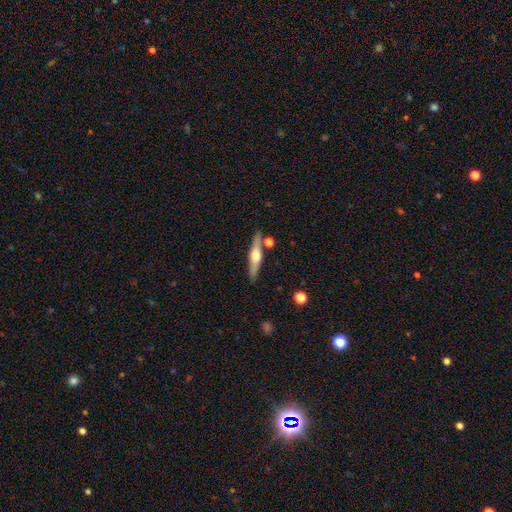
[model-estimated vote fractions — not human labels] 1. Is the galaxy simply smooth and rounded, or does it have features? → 65% featured or disk, 30% smooth, 6% star or artifact.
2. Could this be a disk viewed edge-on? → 96% yes, 4% no.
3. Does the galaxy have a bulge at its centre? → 94% rounded, 4% boxy, 3% none.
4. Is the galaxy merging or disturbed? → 82% none, 9% minor disturbance, 6% merger, 2% major disturbance.